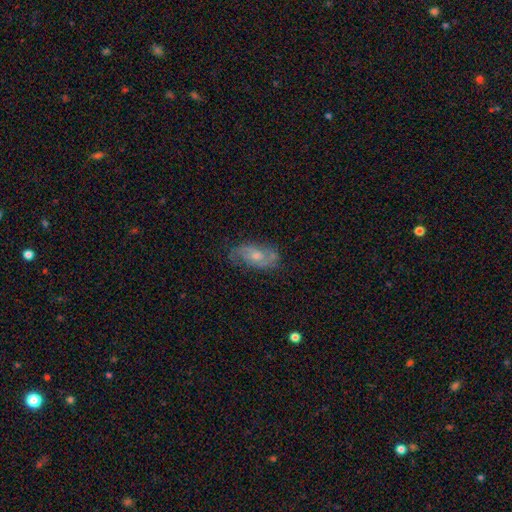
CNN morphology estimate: featured or disk 64%, smooth 27%, star or artifact 9%. Down the decision tree: edge-on disk — no (93%); bar — no (65%); spiral arms — yes (84%); bulge size — moderate (50%); merging — none (70%).